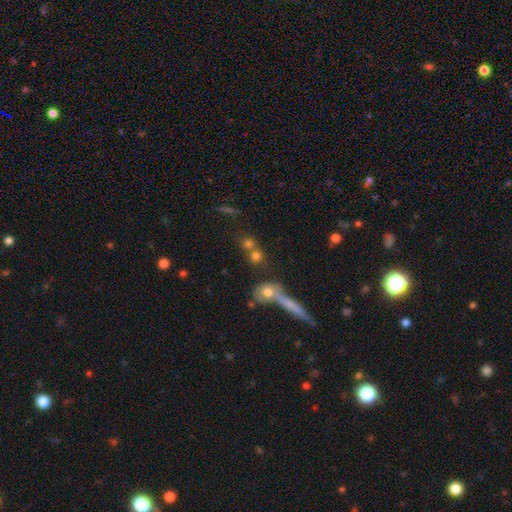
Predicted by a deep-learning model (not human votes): Smooth or featured: smooth — 70% (featured or disk — 15%)
How rounded: round — 78% (in between — 16%)
Merging: none — 45% (merger — 42%)